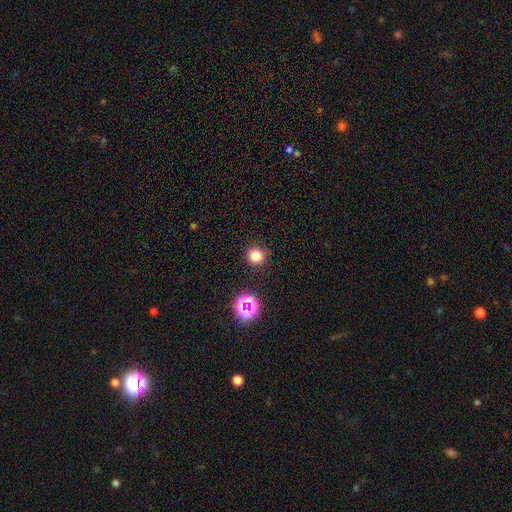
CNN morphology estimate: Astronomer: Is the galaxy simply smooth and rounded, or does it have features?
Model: smooth — 77%.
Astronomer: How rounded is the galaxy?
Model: round — 92%.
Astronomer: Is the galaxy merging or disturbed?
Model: none — 90%.